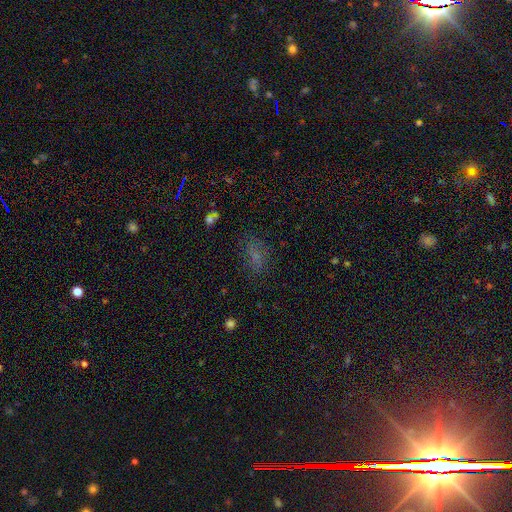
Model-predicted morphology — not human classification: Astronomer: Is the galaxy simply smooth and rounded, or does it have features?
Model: smooth — 53% (runner-up: star or artifact, 31%).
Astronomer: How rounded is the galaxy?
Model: in between — 80%.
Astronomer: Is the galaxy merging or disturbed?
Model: none — 68%.